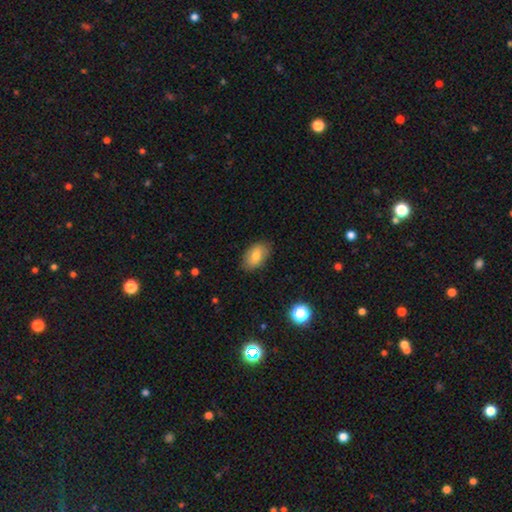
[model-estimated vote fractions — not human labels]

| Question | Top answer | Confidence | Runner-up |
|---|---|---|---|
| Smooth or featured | smooth | 79% | featured or disk (13%) |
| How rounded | in between | 91% | round (8%) |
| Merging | none | 84% | minor disturbance (12%) |